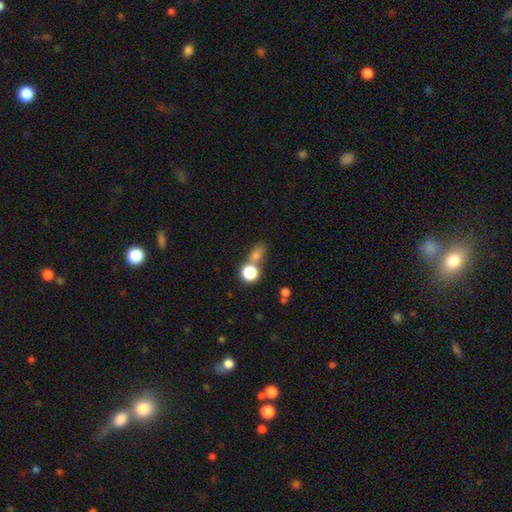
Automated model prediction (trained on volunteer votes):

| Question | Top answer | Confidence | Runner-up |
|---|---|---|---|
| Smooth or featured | smooth | 70% | star or artifact (21%) |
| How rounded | in between | 50% | round (47%) |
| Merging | none | 49% | merger (32%) |